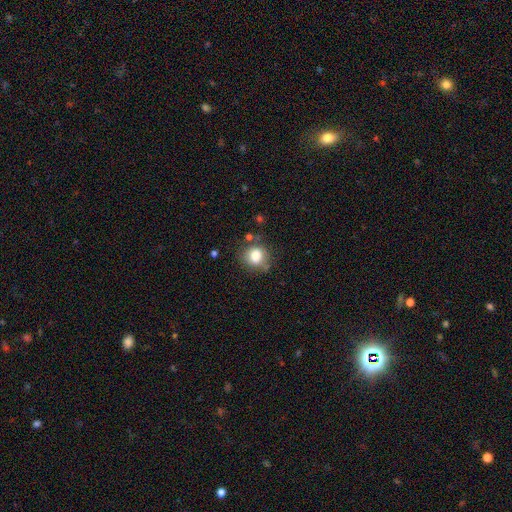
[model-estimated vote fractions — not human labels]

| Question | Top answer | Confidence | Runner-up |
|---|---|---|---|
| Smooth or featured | smooth | 80% | featured or disk (10%) |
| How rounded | round | 74% | in between (25%) |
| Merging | none | 65% | minor disturbance (22%) |